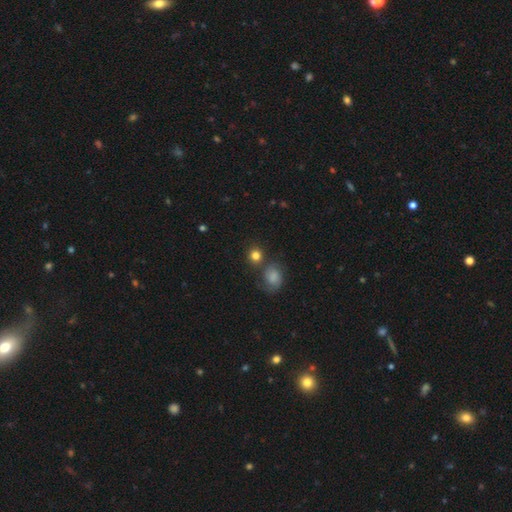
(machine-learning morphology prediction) Smooth or featured? Predicted: smooth (p=0.81). How rounded? Predicted: round (p=0.85). Merging? Predicted: none (p=0.69).